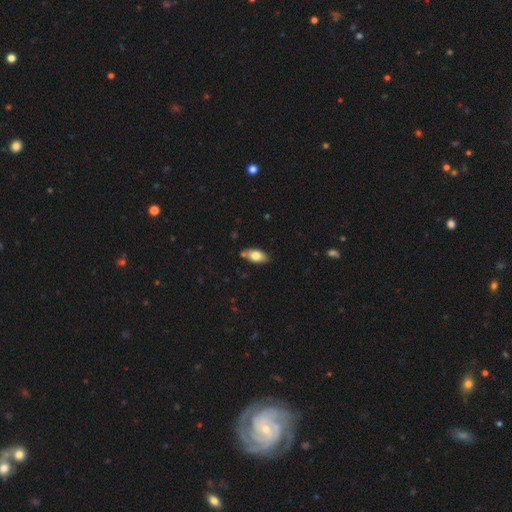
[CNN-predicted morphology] This is likely a smooth galaxy (74%). How rounded: clearly in between (90%). Merging: likely none (78%).